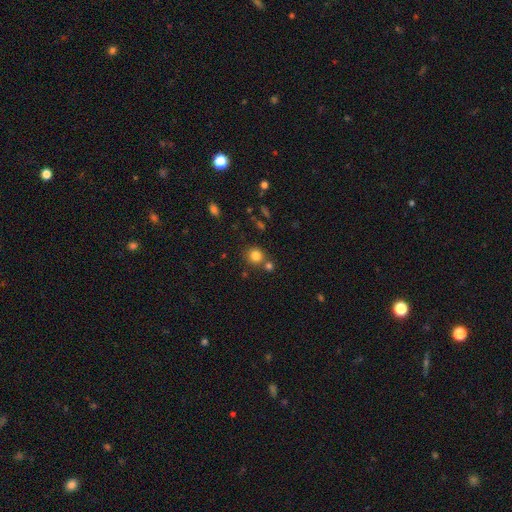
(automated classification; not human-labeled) This appears to be a smooth galaxy with no disk features (81%) that is round (89%). Merging: none (70%).